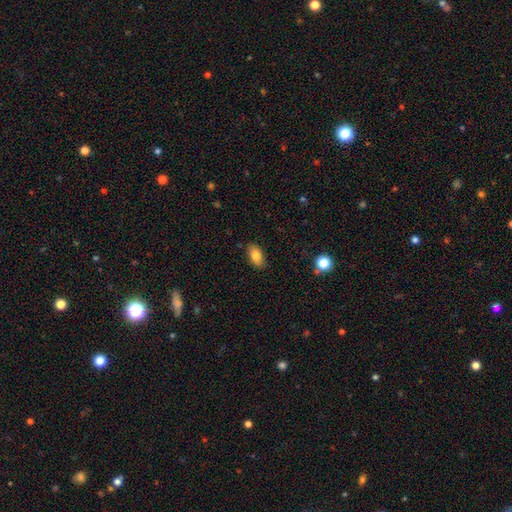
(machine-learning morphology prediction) A smooth galaxy with no disk features (82%) that is in between round and cigar-shaped (91%).

Vote fractions:
- Smooth or featured? smooth: 82% / featured or disk: 10% / star or artifact: 8%
- How rounded? in between: 91% / cigar-shaped: 5% / round: 5%
- Merging? none: 86% / minor disturbance: 10% / major disturbance: 2% / merger: 1%